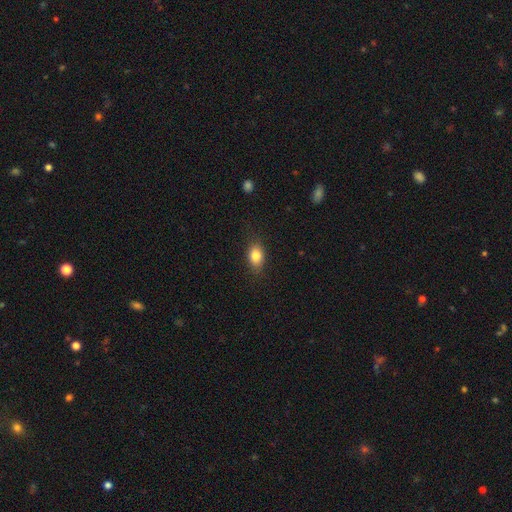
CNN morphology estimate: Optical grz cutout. It shows a smooth galaxy with no disk features (83%) that is in between round and cigar-shaped (77%). Merging: none (82%).